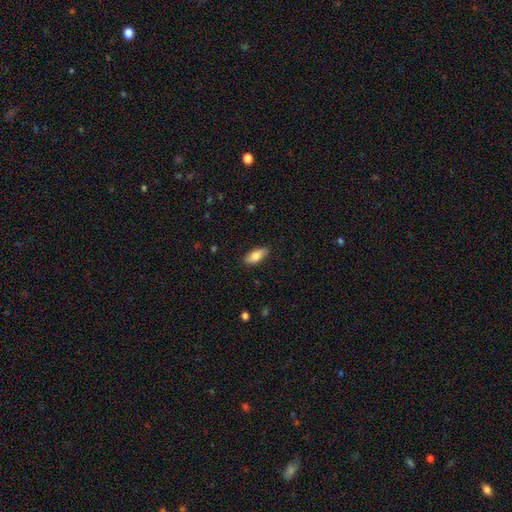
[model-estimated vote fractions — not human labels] Smooth or featured? Predicted: smooth (p=0.82). How rounded? Predicted: in between (p=0.87). Merging? Predicted: none (p=0.87).